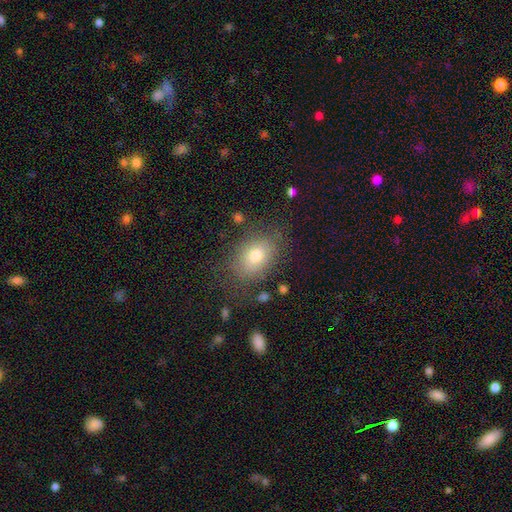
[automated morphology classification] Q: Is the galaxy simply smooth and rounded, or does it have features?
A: smooth — 75%.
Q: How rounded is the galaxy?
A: in between — 73%.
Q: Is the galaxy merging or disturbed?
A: none — 74%.